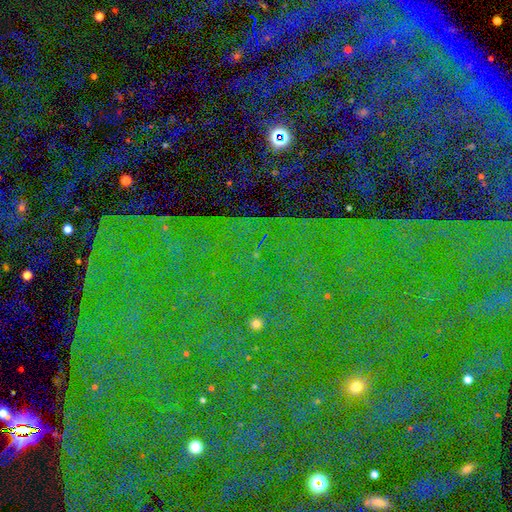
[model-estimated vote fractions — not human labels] Smooth or featured: star or artifact — 84% (smooth — 8%)